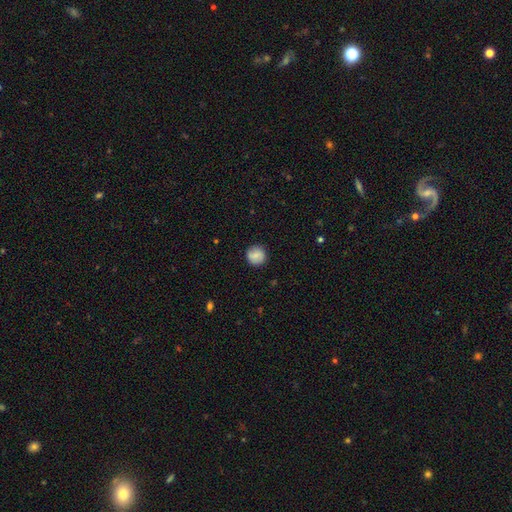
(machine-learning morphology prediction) Smooth or featured?
  - smooth: 75% *
  - featured or disk: 17%
  - star or artifact: 8%
How rounded?
  - round: 93% *
  - in between: 6%
  - cigar-shaped: 1%
Merging?
  - none: 87% *
  - minor disturbance: 10%
  - major disturbance: 2%
  - merger: 1%